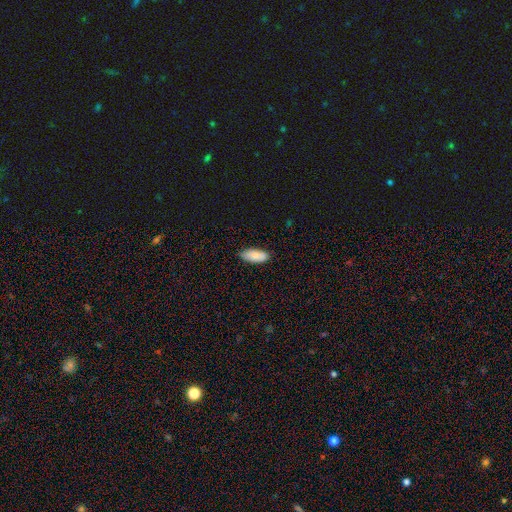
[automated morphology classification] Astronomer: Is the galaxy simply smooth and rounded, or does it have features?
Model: smooth — 86%.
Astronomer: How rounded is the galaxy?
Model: in between — 86%.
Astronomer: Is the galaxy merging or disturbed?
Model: none — 82%.